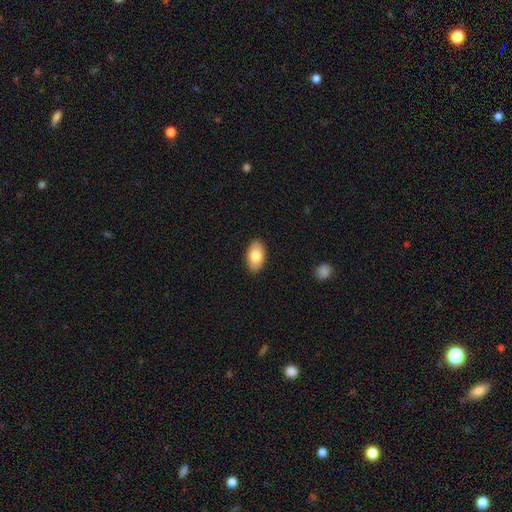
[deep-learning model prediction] Q: Smooth or featured?
A: smooth (81%); runner-up: featured or disk (13%)
Q: How rounded?
A: in between (94%); runner-up: round (4%)
Q: Merging?
A: none (89%); runner-up: minor disturbance (8%)